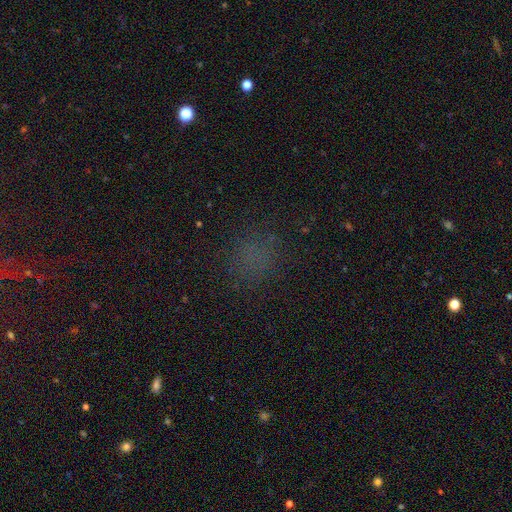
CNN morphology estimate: Smooth or featured? Predicted: smooth (p=0.60). How rounded? Predicted: round (p=0.79). Merging? Predicted: none (p=0.83).